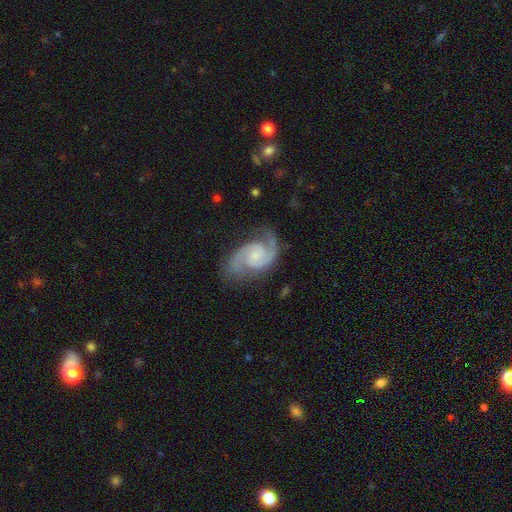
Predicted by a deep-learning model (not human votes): Overall: featured or disk (92%). Edge-on disk: no (98%). Bar: no (61%; weak 33%). Spiral arms: yes (98%). Spiral arm count: 2 (93%). Spiral winding: medium (59%; tight 27%). Bulge size: small (61%; moderate 23%). Merging: none (76%).